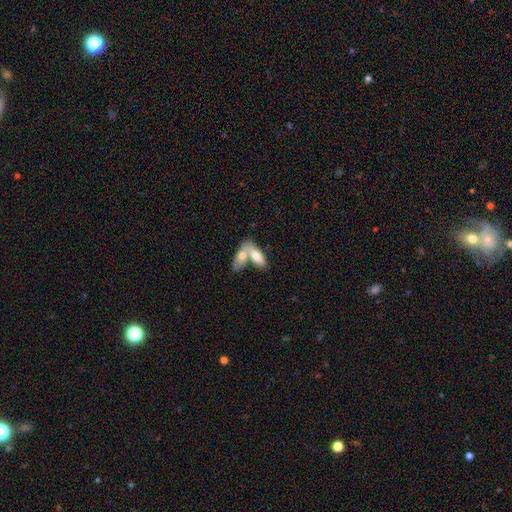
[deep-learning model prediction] smooth-or-featured: smooth: 70% | featured or disk: 24% | star or artifact: 5%
  how-rounded: in between: 81% | cigar-shaped: 16% | round: 3%
  merging: merger: 69% | none: 21% | minor disturbance: 7% | major disturbance: 3%